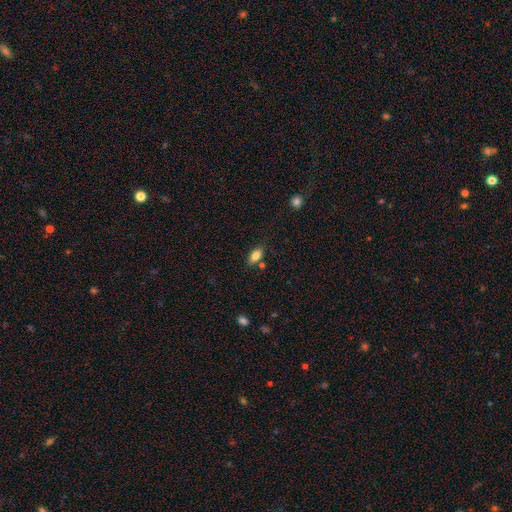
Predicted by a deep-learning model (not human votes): smooth_or_featured: smooth (p=0.83) [alt: star or artifact p=0.09]
how_rounded: in between (p=0.89) [alt: cigar-shaped p=0.06]
merging: none (p=0.76) [alt: minor disturbance p=0.14]